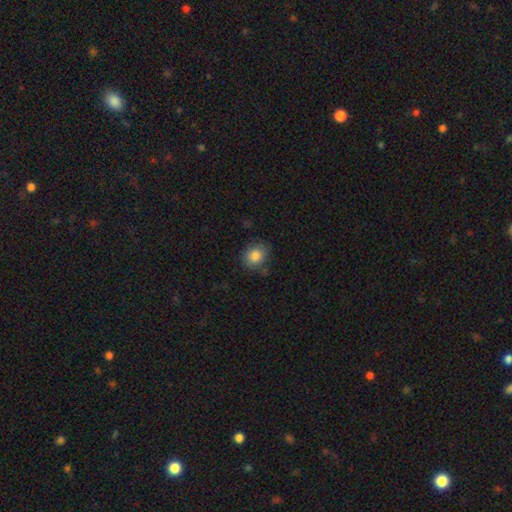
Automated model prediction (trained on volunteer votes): A smooth galaxy with no disk features (84%) that is round (68%).

Vote fractions:
- Smooth or featured? smooth: 84% / star or artifact: 9% / featured or disk: 7%
- How rounded? round: 68% / in between: 31% / cigar-shaped: 1%
- Merging? none: 76% / minor disturbance: 17% / major disturbance: 4% / merger: 3%